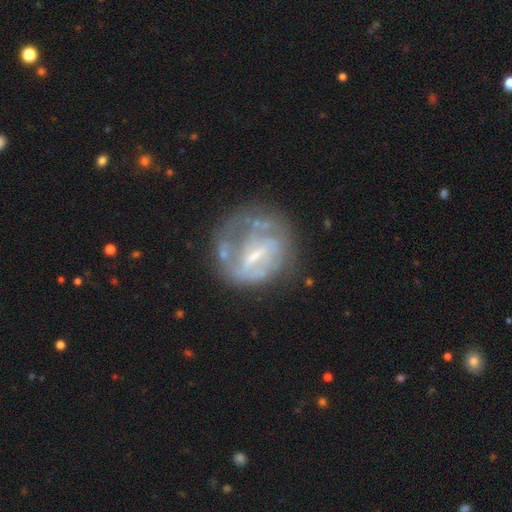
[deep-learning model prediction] smooth-or-featured: featured or disk: 70% | smooth: 21% | star or artifact: 9%
  disk-edge-on: no: 97% | yes: 3%
    bar: weak: 48% | strong: 27% | no: 25%
    has-spiral-arms: yes: 57% | no: 43%
    bulge-size: small: 43% | moderate: 29% | none: 24% | large: 3% | dominant: 1%
  merging: none: 47% | major disturbance: 25% | minor disturbance: 22% | merger: 6%